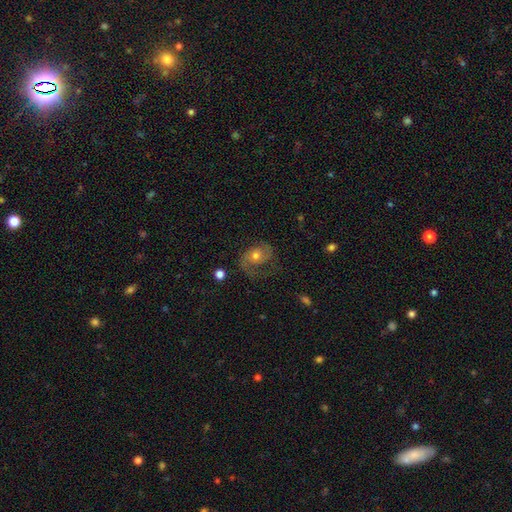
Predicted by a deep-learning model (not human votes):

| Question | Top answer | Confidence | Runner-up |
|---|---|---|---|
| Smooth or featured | featured or disk | 67% | smooth (24%) |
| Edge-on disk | no | 97% | yes (3%) |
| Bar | no | 72% | weak (23%) |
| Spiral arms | yes | 89% | no (11%) |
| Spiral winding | medium | 45% | loose (32%) |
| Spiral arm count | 2 | 62% | 1 (27%) |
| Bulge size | moderate | 66% | small (25%) |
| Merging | none | 52% | major disturbance (25%) |